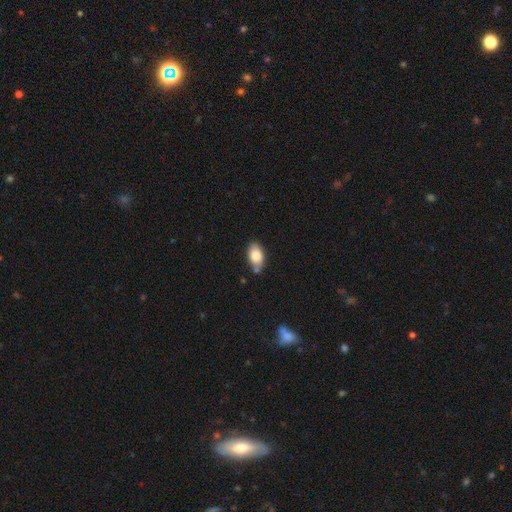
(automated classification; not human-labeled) This is clearly a smooth galaxy (83%). How rounded: clearly in between (90%). Merging: likely none (67%).